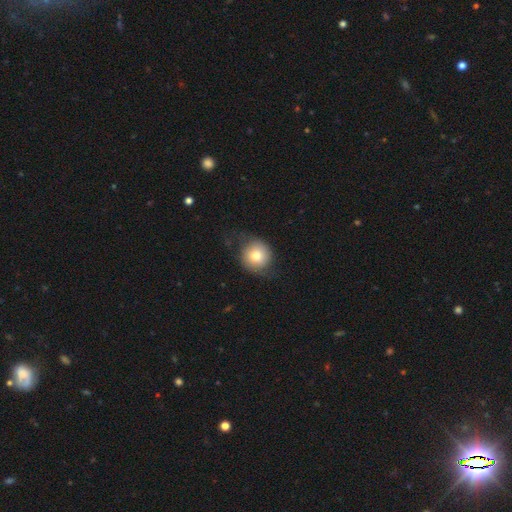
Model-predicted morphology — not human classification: Smooth or featured? smooth (65%)
How rounded? round (86%)
Merging? none (61%)